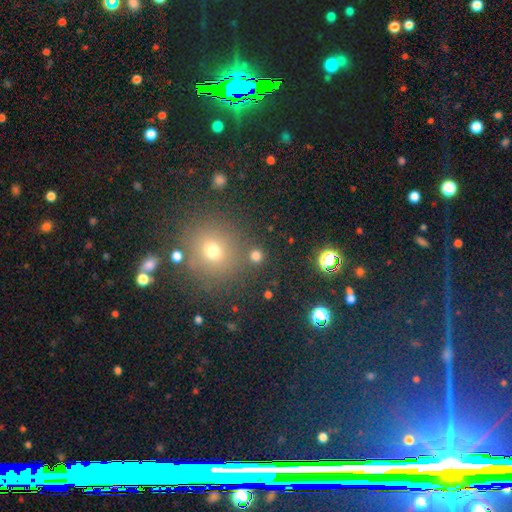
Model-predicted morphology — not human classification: type=smooth (73%); roundness=round (91%); merging=none (81%).